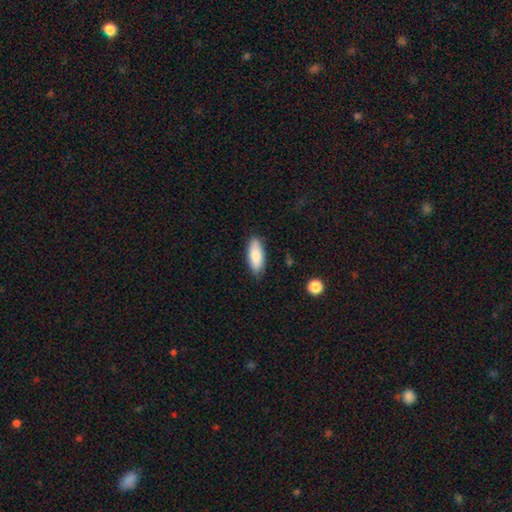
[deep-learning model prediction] Smooth or featured? Predicted: smooth (p=0.82). How rounded? Predicted: in between (p=0.79). Merging? Predicted: none (p=0.84).